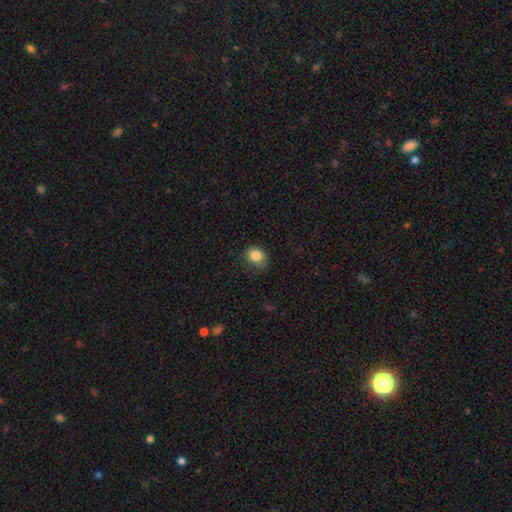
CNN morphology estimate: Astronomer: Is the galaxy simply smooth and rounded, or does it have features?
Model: smooth — 83%.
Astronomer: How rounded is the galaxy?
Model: in between — 52% (runner-up: round, 47%).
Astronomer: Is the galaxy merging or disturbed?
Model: none — 65%.